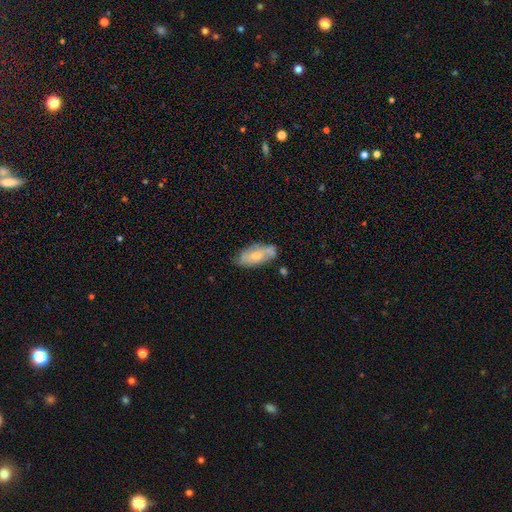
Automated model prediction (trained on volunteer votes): Overall: smooth (49%; featured or disk 45%). Merging: none (58%; minor disturbance 28%).